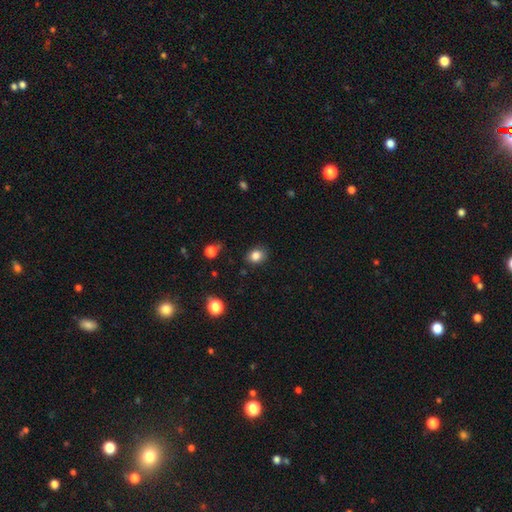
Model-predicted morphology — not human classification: A smooth galaxy with no disk features (83%) that is round (51%). Merging: none (84%).